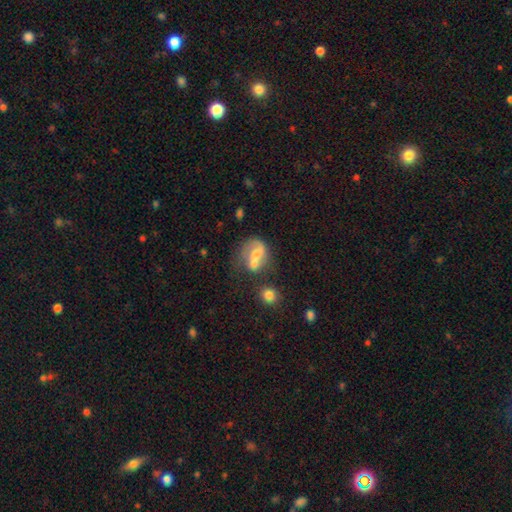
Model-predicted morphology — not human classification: type=featured or disk (51%); edge-on=no (96%); merging=merger (40%).